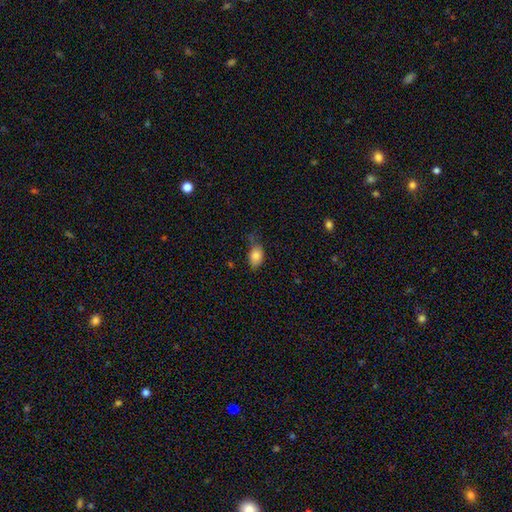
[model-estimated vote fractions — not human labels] A smooth galaxy with no disk features (84%) that is in between round and cigar-shaped (81%).

Vote fractions:
- Smooth or featured? smooth: 84% / star or artifact: 9% / featured or disk: 8%
- How rounded? in between: 81% / round: 17% / cigar-shaped: 2%
- Merging? none: 44% / minor disturbance: 38% / major disturbance: 15% / merger: 3%